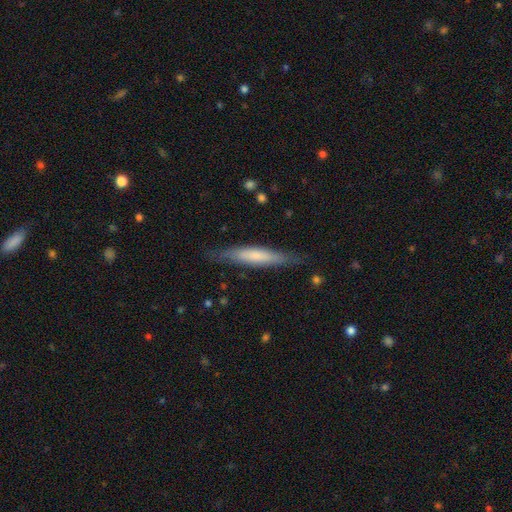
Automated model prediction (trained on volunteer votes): A smooth galaxy with no disk features (58%) that is cigar-shaped (89%). Merging: none (82%).